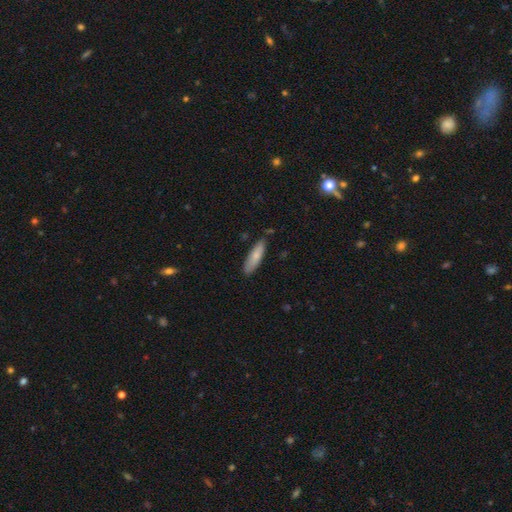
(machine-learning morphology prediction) smooth_or_featured: smooth (p=0.75) [alt: featured or disk p=0.19]
how_rounded: cigar-shaped (p=0.59) [alt: in between p=0.39]
merging: none (p=0.81) [alt: minor disturbance p=0.15]